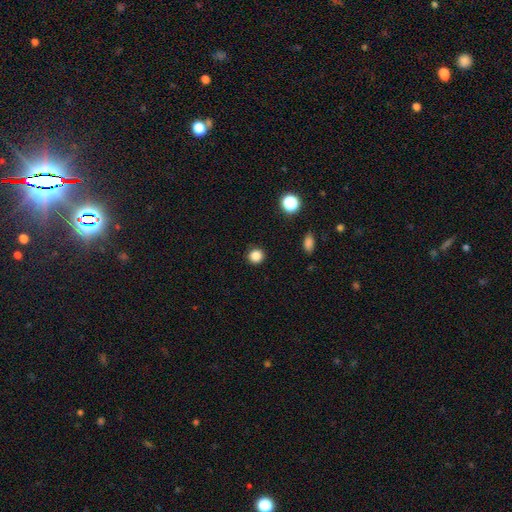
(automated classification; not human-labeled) Overall: smooth (84%). How rounded: round (91%). Merging: none (91%).